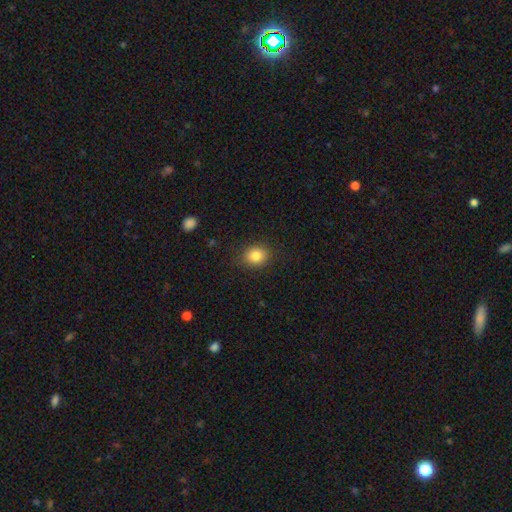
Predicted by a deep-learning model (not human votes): The model was most divided on "how rounded": round: 67%, in between: 32%, cigar-shaped: 1%. More confident: merging — none (87%); smooth or featured — smooth (84%).